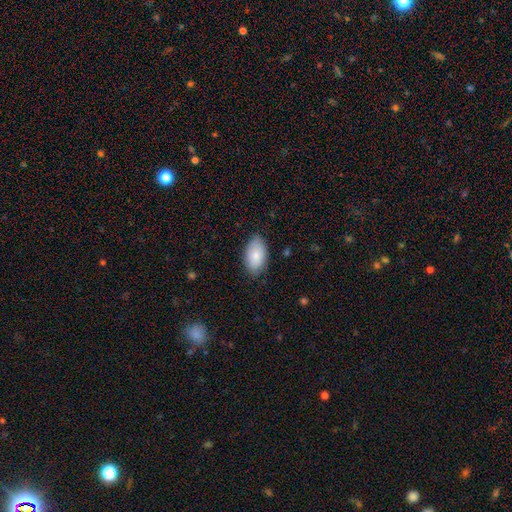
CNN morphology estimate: Q: Smooth or featured?
A: smooth (84%); runner-up: featured or disk (10%)
Q: How rounded?
A: in between (94%); runner-up: round (4%)
Q: Merging?
A: none (83%); runner-up: minor disturbance (14%)